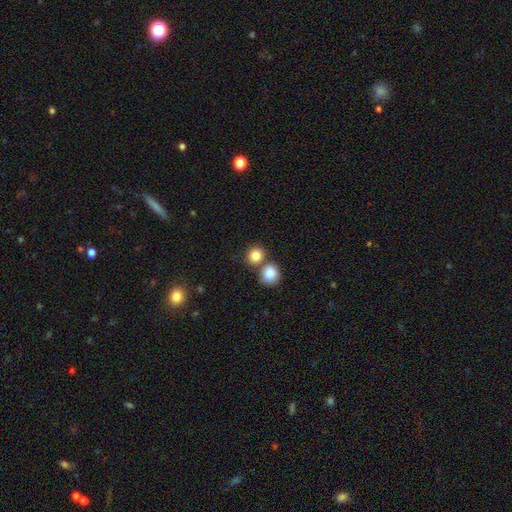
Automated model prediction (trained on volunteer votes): The model was most divided on "merging": none: 58%, merger: 32%, minor disturbance: 8%, major disturbance: 3%. More confident: how rounded — round (84%); smooth or featured — smooth (84%).